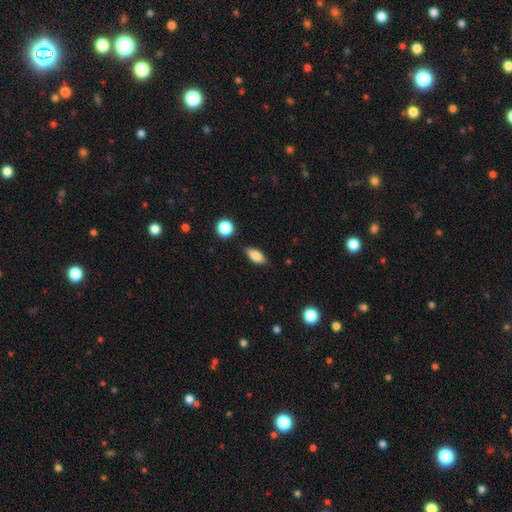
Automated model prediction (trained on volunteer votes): Smooth or featured? Predicted: smooth (p=0.79). How rounded? Predicted: in between (p=0.79). Merging? Predicted: none (p=0.84).